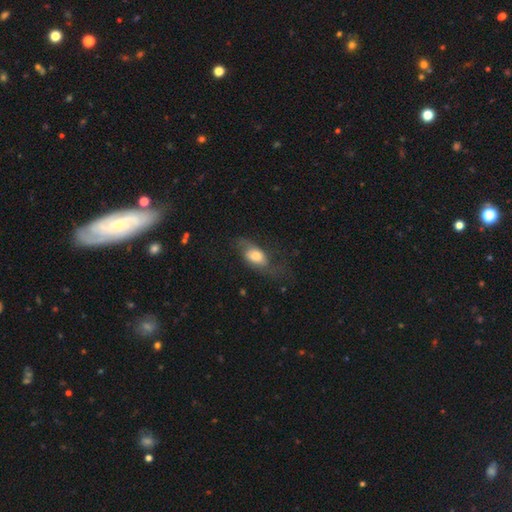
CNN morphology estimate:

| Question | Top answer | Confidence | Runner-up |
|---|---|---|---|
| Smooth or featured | smooth | 57% | featured or disk (35%) |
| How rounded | in between | 85% | round (9%) |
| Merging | none | 48% | major disturbance (26%) |